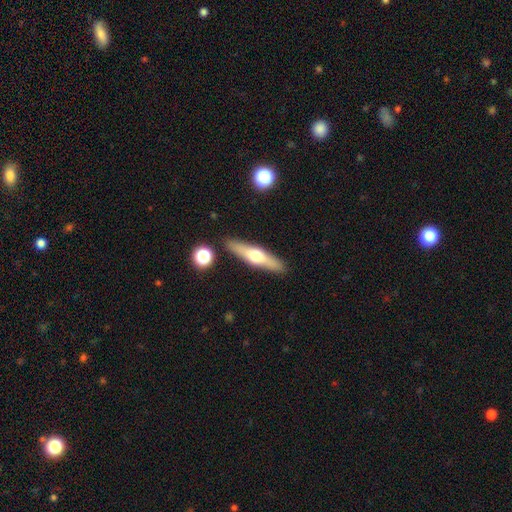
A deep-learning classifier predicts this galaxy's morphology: smooth-or-featured: featured or disk: 53% | smooth: 41% | star or artifact: 6%
  disk-edge-on: yes: 91% | no: 9%
  merging: none: 89% | minor disturbance: 7% | merger: 2% | major disturbance: 2%